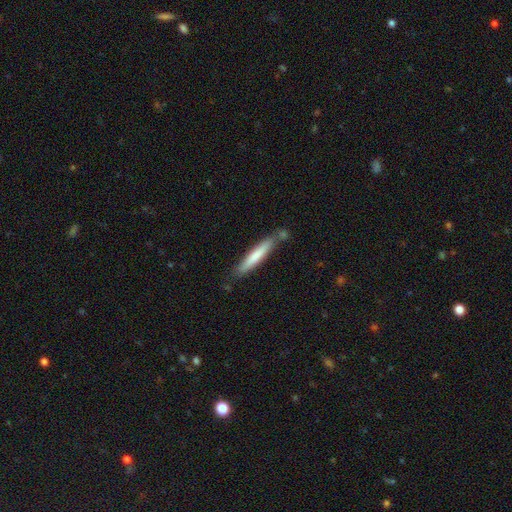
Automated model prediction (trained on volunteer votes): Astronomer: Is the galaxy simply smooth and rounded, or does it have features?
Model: smooth — 69%.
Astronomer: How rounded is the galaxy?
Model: cigar-shaped — 93%.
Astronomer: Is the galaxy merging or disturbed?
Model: none — 73%.